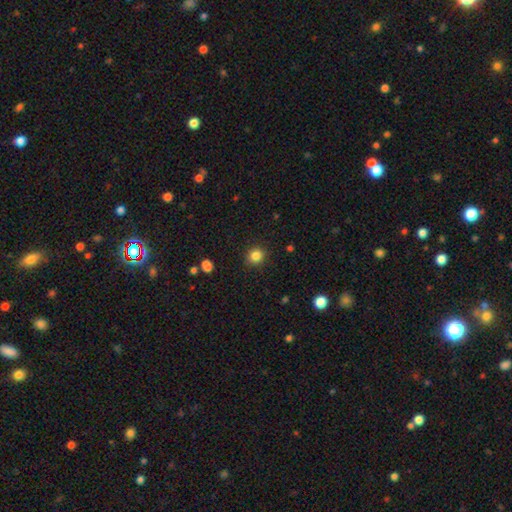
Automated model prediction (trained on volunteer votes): A smooth galaxy with no disk features (85%) that is round (84%).

Vote fractions:
- Smooth or featured? smooth: 85% / star or artifact: 11% / featured or disk: 4%
- How rounded? round: 84% / in between: 15% / cigar-shaped: 1%
- Merging? none: 89% / minor disturbance: 7% / major disturbance: 2% / merger: 1%